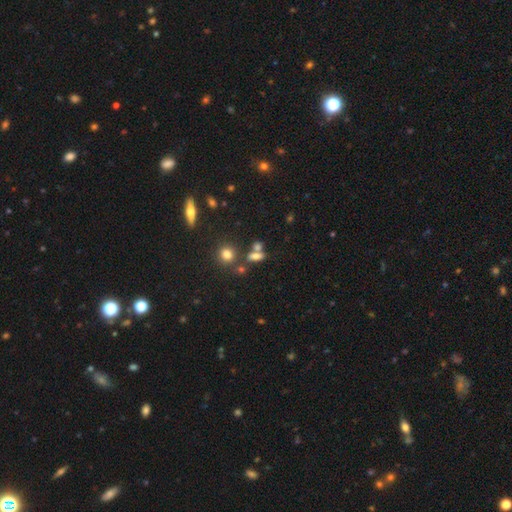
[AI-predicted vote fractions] This is likely a smooth galaxy (69%). How rounded: likely in between (64%). Merging: possibly none (54%).